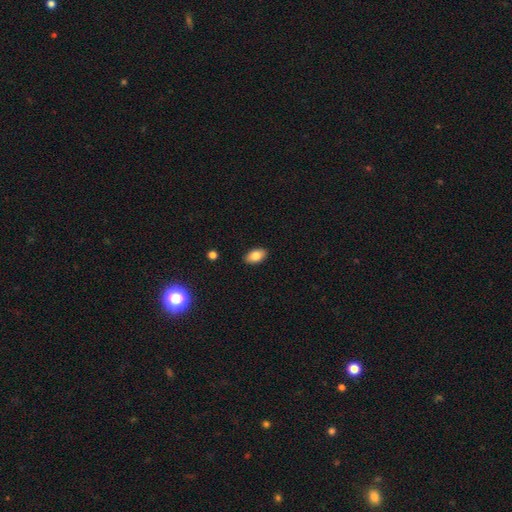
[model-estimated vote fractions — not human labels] A smooth galaxy with no disk features (82%) that is in between round and cigar-shaped (92%).

Vote fractions:
- Smooth or featured? smooth: 82% / featured or disk: 10% / star or artifact: 8%
- How rounded? in between: 92% / round: 5% / cigar-shaped: 2%
- Merging? none: 89% / minor disturbance: 8% / major disturbance: 2% / merger: 1%